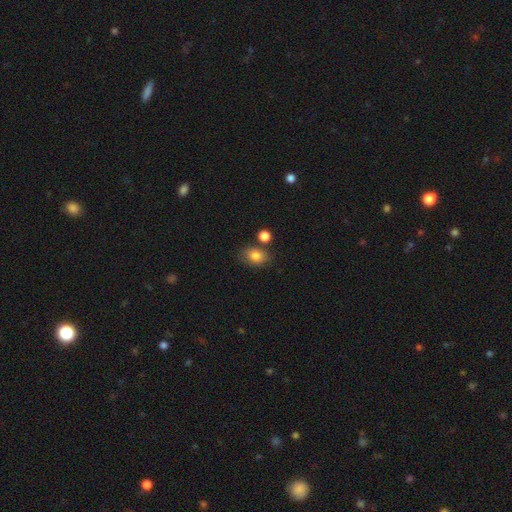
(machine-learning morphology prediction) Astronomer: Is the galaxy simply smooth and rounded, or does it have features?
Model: smooth — 81%.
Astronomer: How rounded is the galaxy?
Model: in between — 66%.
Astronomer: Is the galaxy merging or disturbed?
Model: none — 71%.